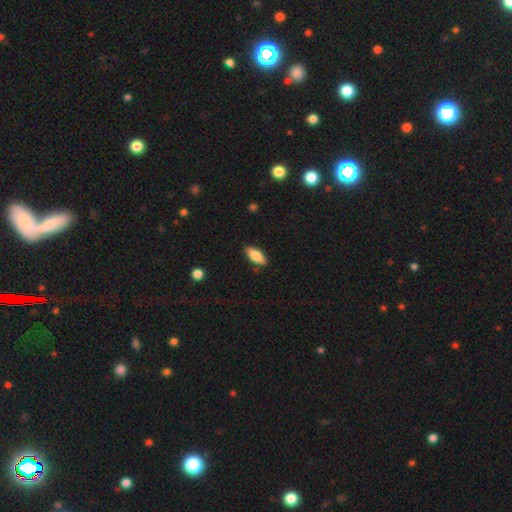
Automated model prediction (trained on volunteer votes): Smooth or featured: smooth — 74% (featured or disk — 20%)
How rounded: in between — 75% (cigar-shaped — 22%)
Merging: none — 86% (minor disturbance — 11%)